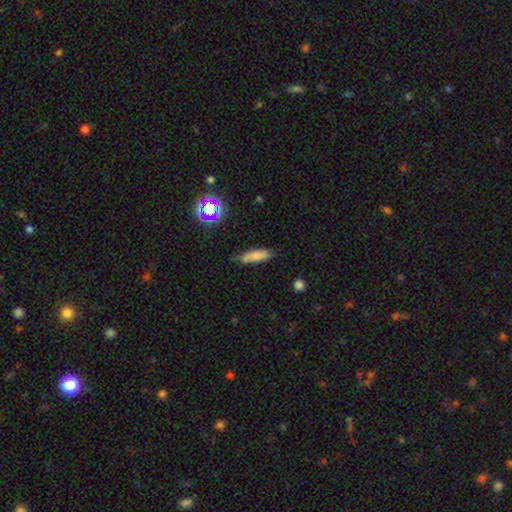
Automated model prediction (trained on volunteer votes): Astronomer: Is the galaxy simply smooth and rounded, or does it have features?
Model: smooth — 75%.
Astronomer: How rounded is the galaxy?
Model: cigar-shaped — 59% (runner-up: in between, 38%).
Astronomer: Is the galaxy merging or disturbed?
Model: none — 66%.